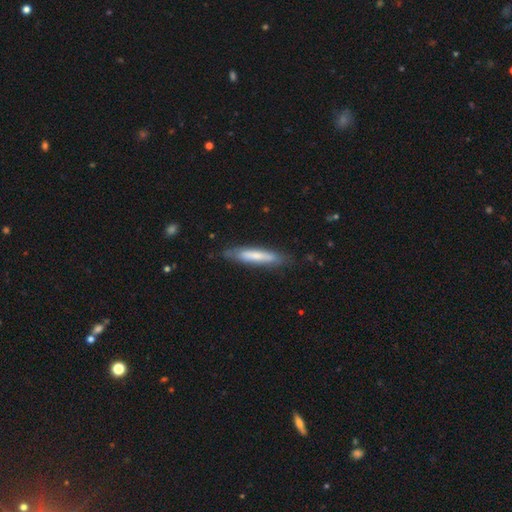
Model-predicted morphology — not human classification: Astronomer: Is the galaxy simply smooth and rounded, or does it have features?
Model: smooth — 61%.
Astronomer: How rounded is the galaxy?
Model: cigar-shaped — 86%.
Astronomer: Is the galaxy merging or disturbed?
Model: none — 80%.